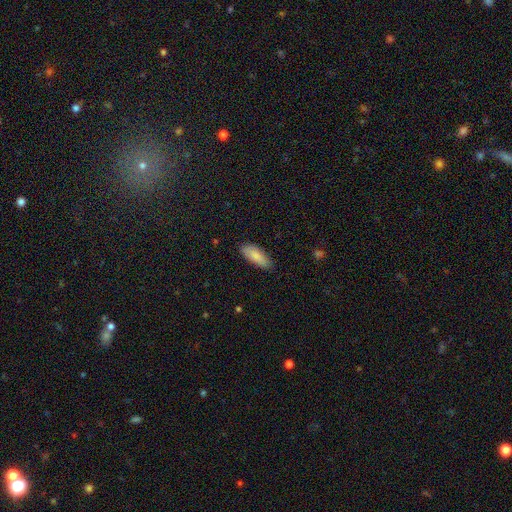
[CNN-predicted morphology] A smooth galaxy with no disk features (85%) that is in between round and cigar-shaped (72%).

Vote fractions:
- Smooth or featured? smooth: 85% / featured or disk: 9% / star or artifact: 6%
- How rounded? in between: 72% / cigar-shaped: 27% / round: 2%
- Merging? none: 84% / minor disturbance: 13% / major disturbance: 2% / merger: 1%